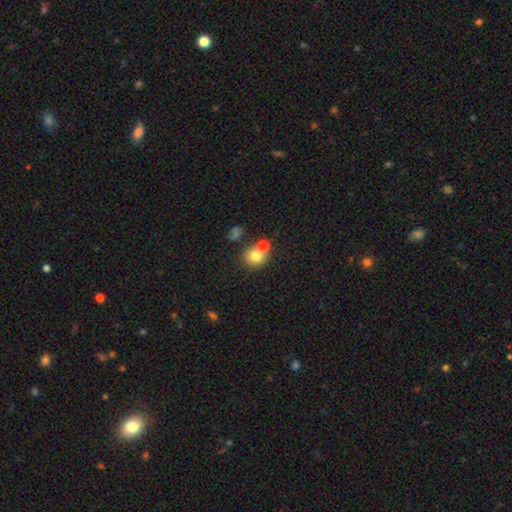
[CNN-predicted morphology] This is likely a smooth galaxy (78%). How rounded: clearly round (83%). Merging: possibly none (54%).